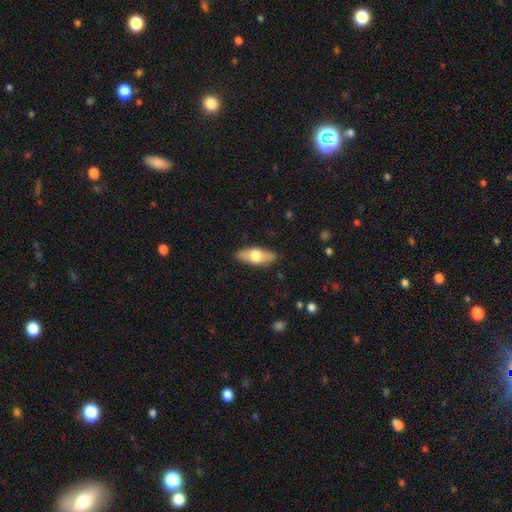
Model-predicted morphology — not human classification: Q: Smooth or featured?
A: smooth (61%); runner-up: featured or disk (34%)
Q: How rounded?
A: in between (73%); runner-up: cigar-shaped (24%)
Q: Merging?
A: none (86%); runner-up: minor disturbance (11%)